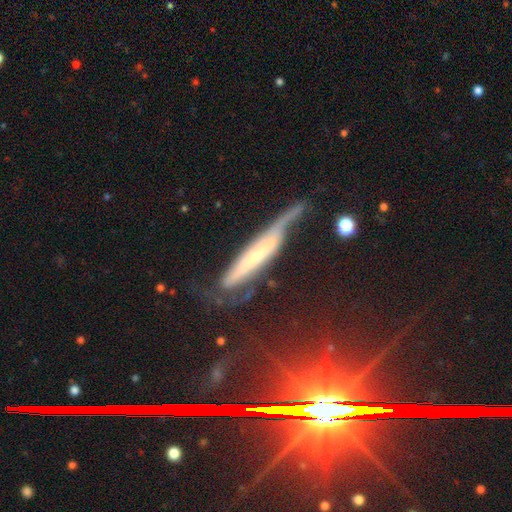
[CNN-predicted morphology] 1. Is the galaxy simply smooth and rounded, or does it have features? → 60% featured or disk, 32% smooth, 8% star or artifact.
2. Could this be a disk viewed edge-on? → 62% yes, 38% no.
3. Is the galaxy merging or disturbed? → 36% none, 30% minor disturbance, 28% major disturbance, 6% merger.